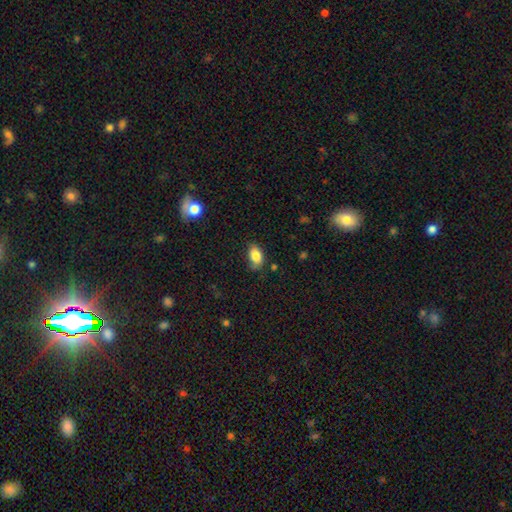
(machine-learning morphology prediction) The model was most divided on "merging": none: 71%, minor disturbance: 23%, major disturbance: 4%, merger: 2%. More confident: how rounded — in between (89%); smooth or featured — smooth (84%).